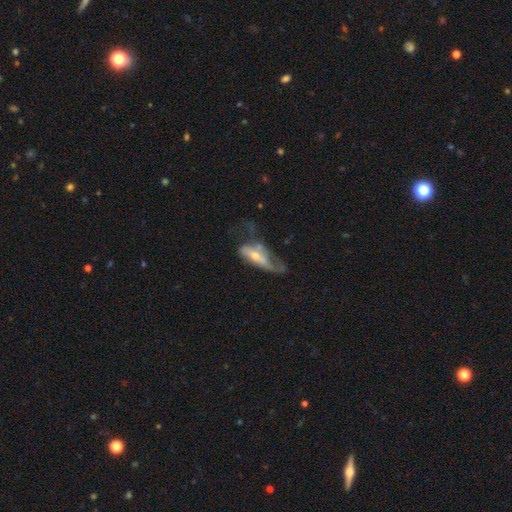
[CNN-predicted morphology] Smooth or featured? Predicted: featured or disk (p=0.50). Edge-on disk? Predicted: no (p=0.74). Merging? Predicted: major disturbance (p=0.51).